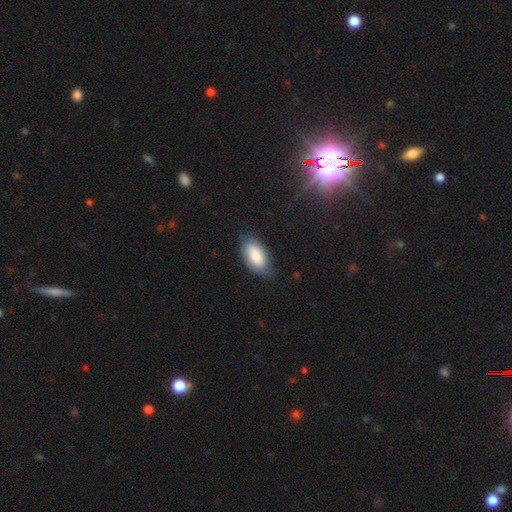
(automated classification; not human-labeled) Smooth or featured: smooth — 86% (featured or disk — 8%)
How rounded: in between — 92% (cigar-shaped — 5%)
Merging: none — 68% (minor disturbance — 25%)